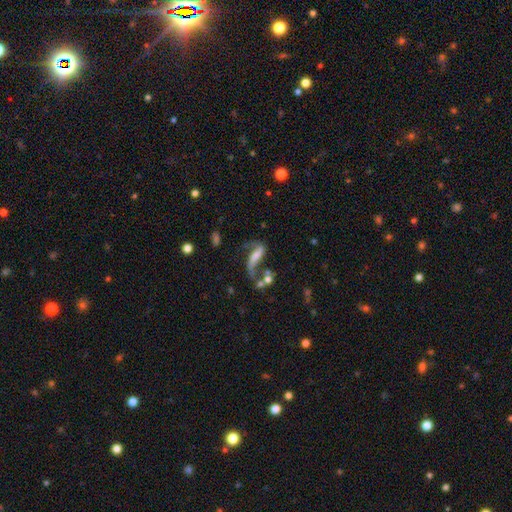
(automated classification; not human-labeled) smooth-or-featured: featured or disk: 63% | smooth: 27% | star or artifact: 11%
  disk-edge-on: no: 83% | yes: 17%
    bar: strong: 38% | no: 32% | weak: 30%
    has-spiral-arms: yes: 79% | no: 21%
    bulge-size: none: 33% | small: 28% | moderate: 26% | large: 10% | dominant: 3%
  merging: none: 35% | major disturbance: 29% | minor disturbance: 18% | merger: 18%